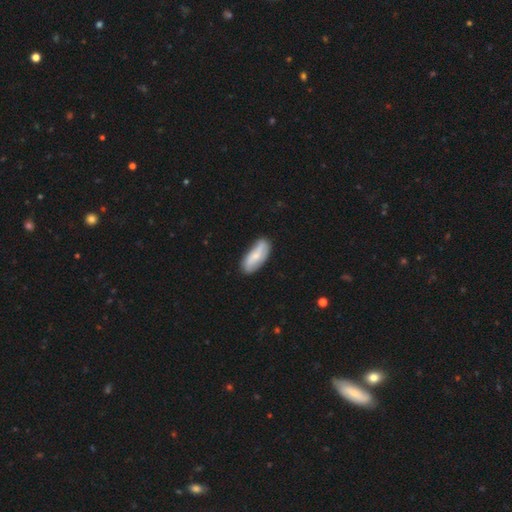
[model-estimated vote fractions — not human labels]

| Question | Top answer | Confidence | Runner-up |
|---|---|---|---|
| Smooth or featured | smooth | 63% | featured or disk (32%) |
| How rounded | in between | 78% | cigar-shaped (20%) |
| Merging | none | 77% | minor disturbance (17%) |